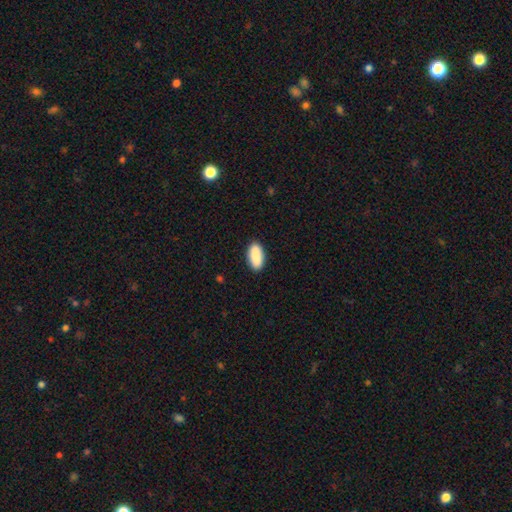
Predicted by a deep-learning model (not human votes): The model was most divided on "merging": none: 89%, minor disturbance: 8%, major disturbance: 2%, merger: 1%. More confident: how rounded — in between (91%); smooth or featured — smooth (90%).